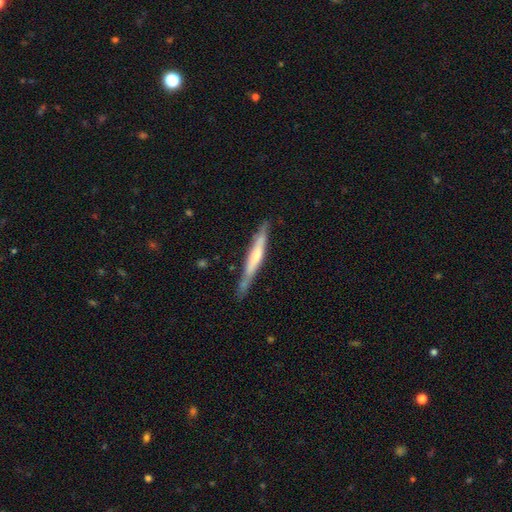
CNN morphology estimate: smooth_or_featured: featured or disk (p=0.61) [alt: smooth p=0.32]
disk_edge_on: yes (p=0.94) [alt: no p=0.06]
edge_on_bulge: rounded (p=0.50) [alt: none p=0.36]
merging: none (p=0.81) [alt: minor disturbance p=0.15]